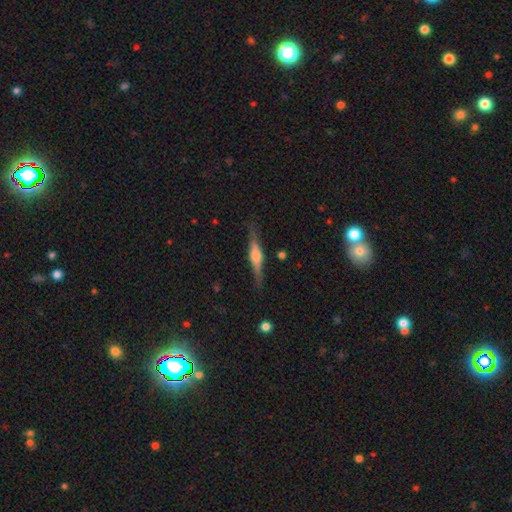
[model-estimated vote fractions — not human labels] Q: Smooth or featured?
A: featured or disk (74%); runner-up: smooth (20%)
Q: Edge-on disk?
A: yes (98%); runner-up: no (2%)
Q: Edge-on bulge?
A: rounded (83%); runner-up: boxy (14%)
Q: Merging?
A: none (87%); runner-up: minor disturbance (9%)